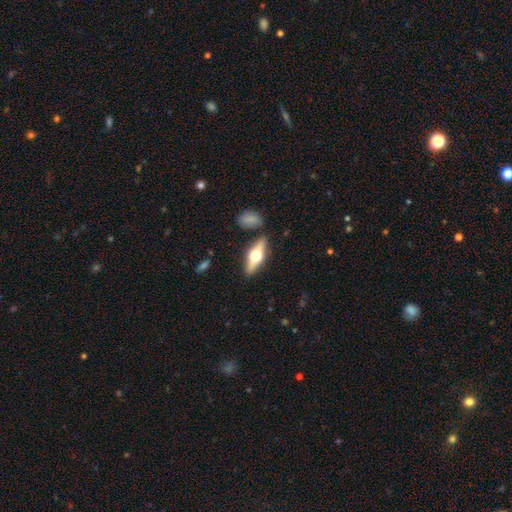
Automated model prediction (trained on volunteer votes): This is possibly a featured or disk galaxy (57%). It is clearly viewed edge-on (92%). Edge-on bulge: clearly rounded (96%). Merging: clearly none (84%).